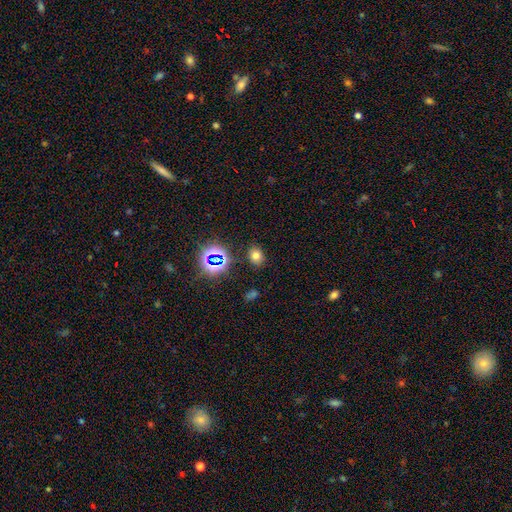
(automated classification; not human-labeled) smooth_or_featured: smooth (p=0.69) [alt: star or artifact p=0.23]
how_rounded: round (p=0.51) [alt: in between p=0.48]
merging: none (p=0.85) [alt: minor disturbance p=0.10]